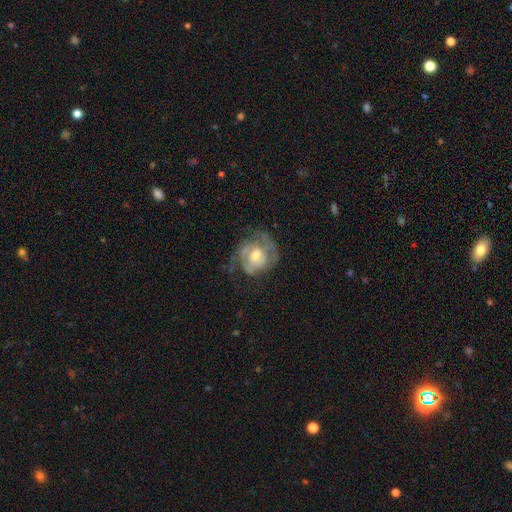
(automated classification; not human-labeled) This is likely a featured or disk galaxy (75%). It is clearly not viewed edge-on (97%). Bar: likely no (64%). Spiral arm pattern: clearly yes (84%). Spiral arm count: marginally 2 (38%). Spiral winding: possibly tight (51%). Central bulge: likely moderate (67%). Merging: possibly none (58%).